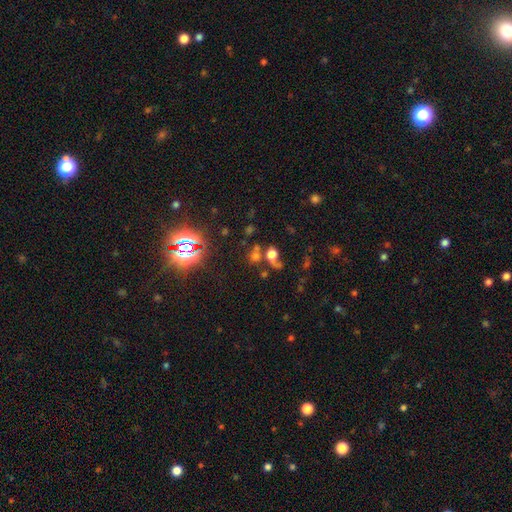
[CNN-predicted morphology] smooth_or_featured: smooth (p=0.53) [alt: star or artifact p=0.30]
how_rounded: round (p=0.75) [alt: in between p=0.23]
merging: merger (p=0.39) [alt: none p=0.36]